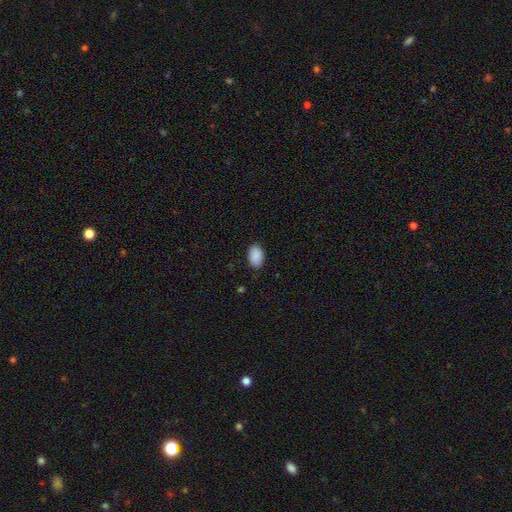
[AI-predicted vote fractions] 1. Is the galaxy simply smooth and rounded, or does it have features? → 90% smooth, 7% star or artifact, 3% featured or disk.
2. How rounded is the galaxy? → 86% in between, 13% round, 1% cigar-shaped.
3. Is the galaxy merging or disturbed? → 84% none, 12% minor disturbance, 2% major disturbance, 1% merger.